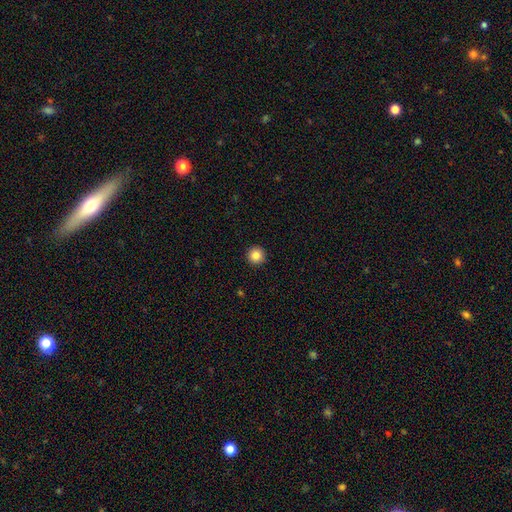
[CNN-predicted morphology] A smooth galaxy with no disk features (85%) that is round (96%).

Vote fractions:
- Smooth or featured? smooth: 85% / star or artifact: 10% / featured or disk: 5%
- How rounded? round: 96% / in between: 3% / cigar-shaped: 1%
- Merging? none: 93% / minor disturbance: 4% / major disturbance: 1% / merger: 1%